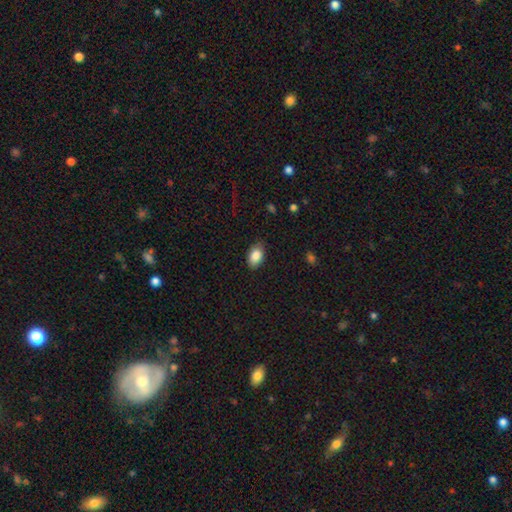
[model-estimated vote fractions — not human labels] smooth 86%, star or artifact 7%, featured or disk 7%. Down the decision tree: how rounded — in between (90%); merging — none (82%).